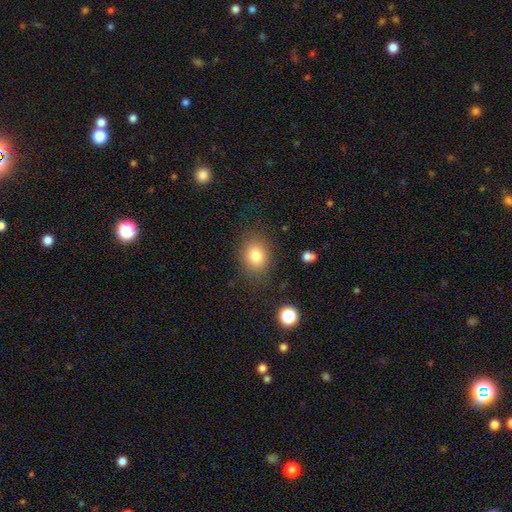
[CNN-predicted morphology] type=smooth (81%); roundness=in between (55%); merging=none (81%).